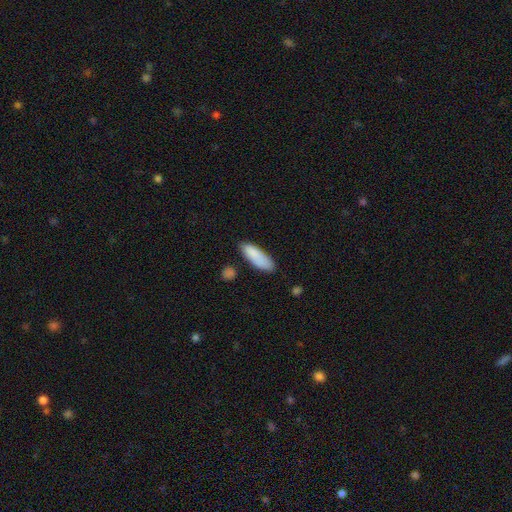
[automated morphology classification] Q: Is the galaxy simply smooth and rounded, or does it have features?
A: smooth — 87%.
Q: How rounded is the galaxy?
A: in between — 58%.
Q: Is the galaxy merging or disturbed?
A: none — 72%.